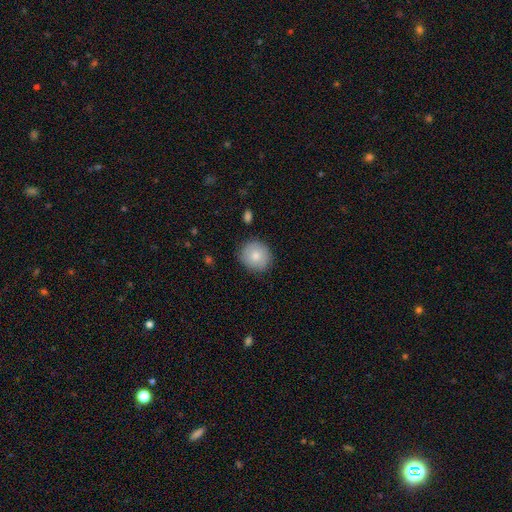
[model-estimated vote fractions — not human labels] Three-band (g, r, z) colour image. It shows a smooth galaxy with no disk features (81%) that is round (89%). Merging: none (86%).